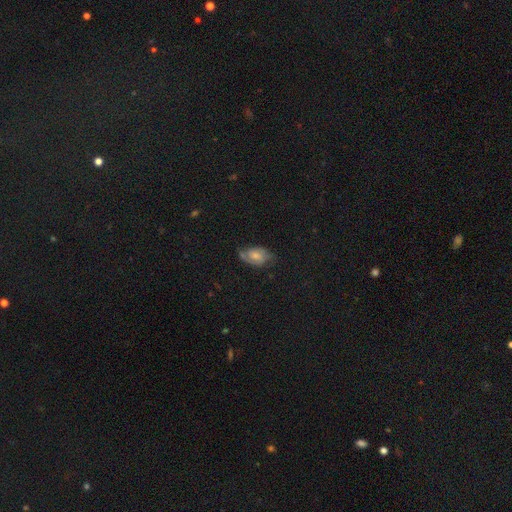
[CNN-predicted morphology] smooth_or_featured: featured or disk (p=0.49) [alt: smooth p=0.42]
merging: none (p=0.58) [alt: minor disturbance p=0.28]